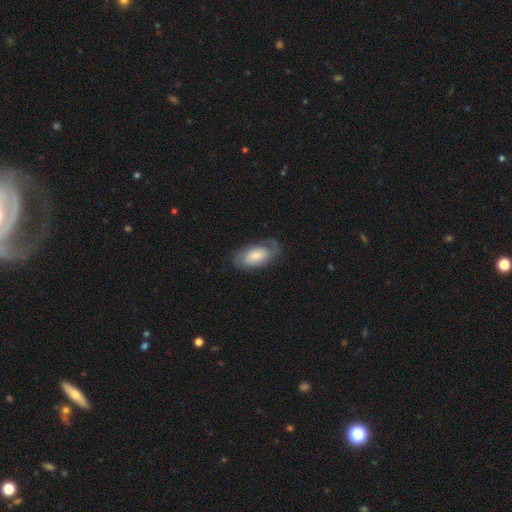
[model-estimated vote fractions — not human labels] Q: Smooth or featured?
A: smooth (51%); runner-up: featured or disk (43%)
Q: How rounded?
A: in between (93%); runner-up: round (4%)
Q: Merging?
A: none (63%); runner-up: minor disturbance (23%)